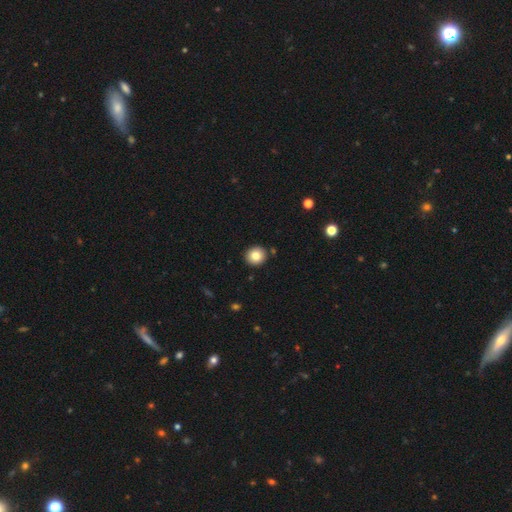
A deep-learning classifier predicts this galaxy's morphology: Smooth or featured? Predicted: smooth (p=0.83). How rounded? Predicted: round (p=0.91). Merging? Predicted: none (p=0.90).